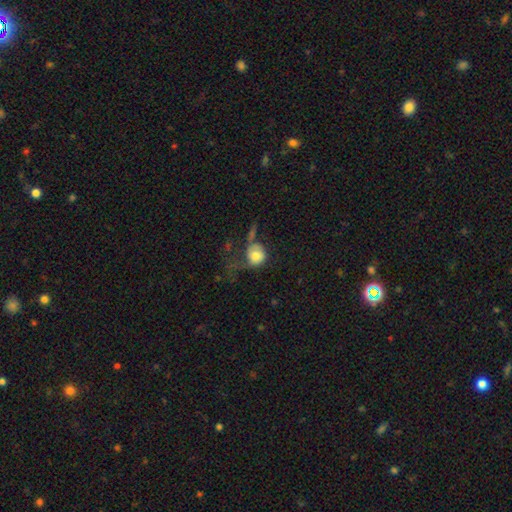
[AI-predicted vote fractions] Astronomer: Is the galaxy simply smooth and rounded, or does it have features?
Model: smooth — 69%.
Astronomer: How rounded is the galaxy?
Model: round — 77%.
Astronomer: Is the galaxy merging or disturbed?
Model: major disturbance — 48%.